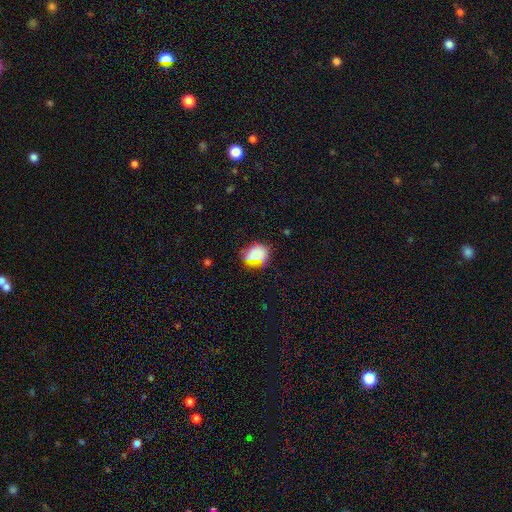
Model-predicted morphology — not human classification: Smooth or featured?
  - smooth: 75% *
  - star or artifact: 15%
  - featured or disk: 9%
How rounded?
  - round: 63% *
  - in between: 36%
  - cigar-shaped: 2%
Merging?
  - none: 74% *
  - minor disturbance: 18%
  - major disturbance: 5%
  - merger: 3%